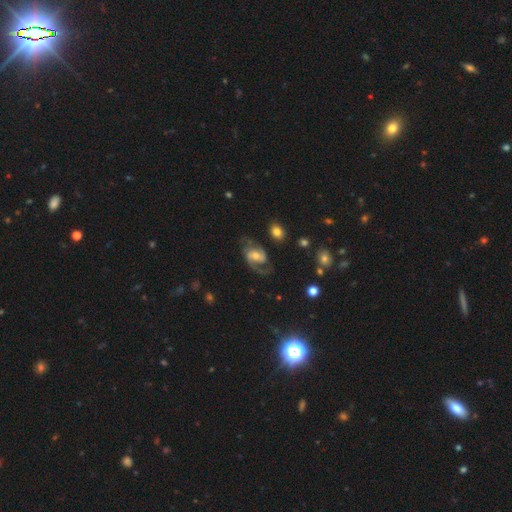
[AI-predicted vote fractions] featured or disk 84%, smooth 9%, star or artifact 6%. Down the decision tree: edge-on disk — no (97%); bar — weak (45%); spiral arms — yes (96%); spiral arm count — 2 (86%); spiral winding — medium (54%); bulge size — moderate (54%); merging — none (68%).